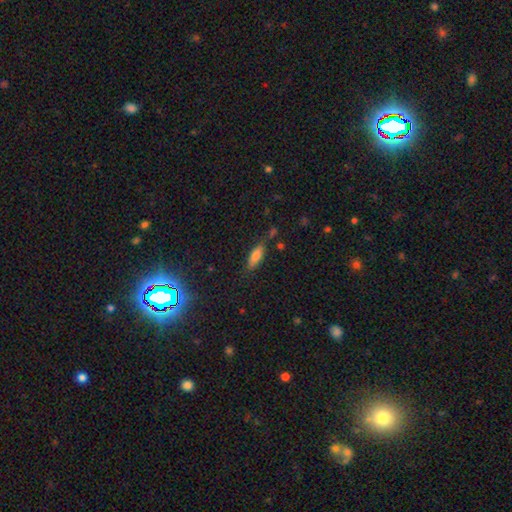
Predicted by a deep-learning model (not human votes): smooth 75%, featured or disk 15%, star or artifact 10%. Down the decision tree: how rounded — in between (67%); merging — none (74%).